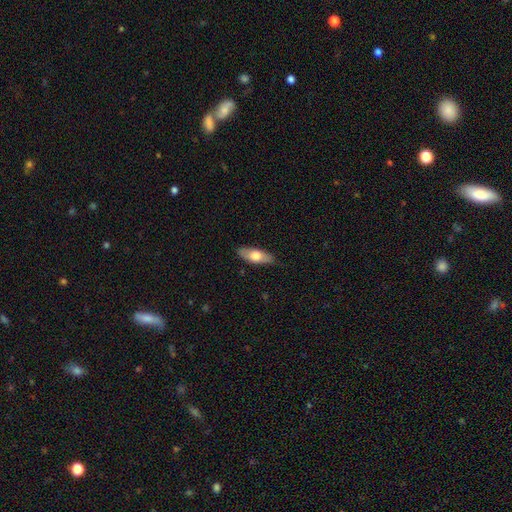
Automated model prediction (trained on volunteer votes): Overall: smooth (66%; featured or disk 28%). How rounded: in between (74%). Merging: none (84%).